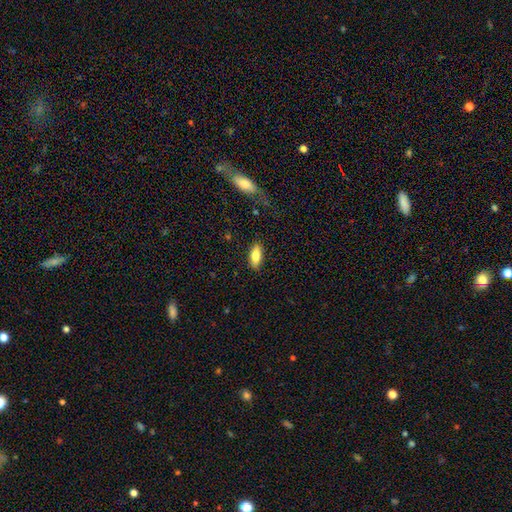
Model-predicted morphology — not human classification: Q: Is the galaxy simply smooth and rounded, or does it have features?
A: smooth — 76%.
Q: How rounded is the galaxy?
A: in between — 79%.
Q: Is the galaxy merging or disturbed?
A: none — 86%.